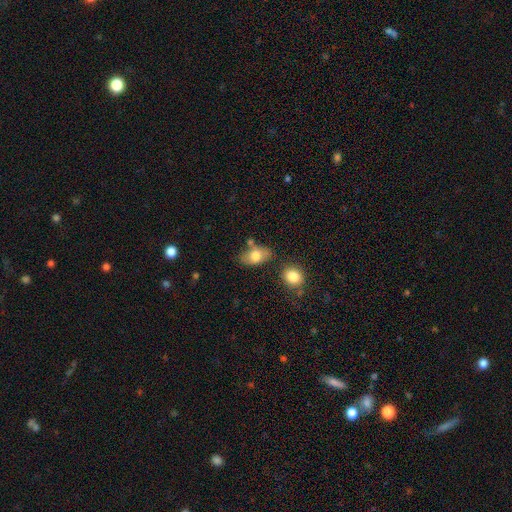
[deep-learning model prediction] Smooth or featured?
  - smooth: 75% *
  - featured or disk: 18%
  - star or artifact: 8%
How rounded?
  - in between: 88% *
  - round: 10%
  - cigar-shaped: 3%
Merging?
  - none: 66% *
  - minor disturbance: 18%
  - merger: 11%
  - major disturbance: 5%